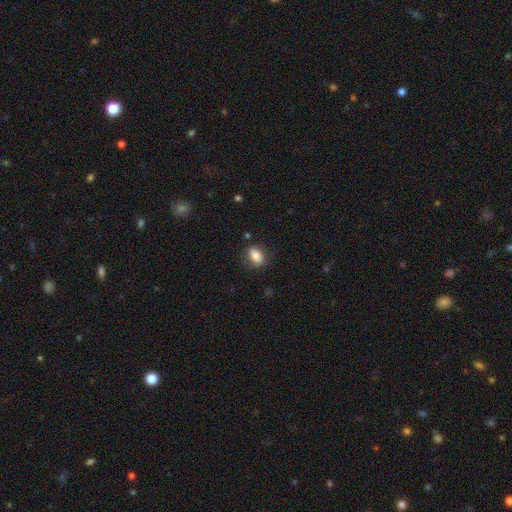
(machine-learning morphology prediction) type=smooth (81%); roundness=in between (85%); merging=none (80%).